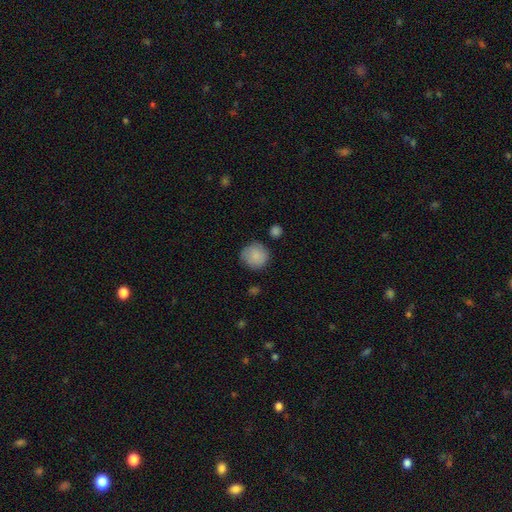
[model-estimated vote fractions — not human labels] Smooth or featured?
  - smooth: 84% *
  - featured or disk: 9%
  - star or artifact: 7%
How rounded?
  - round: 90% *
  - in between: 9%
  - cigar-shaped: 1%
Merging?
  - none: 75% *
  - minor disturbance: 17%
  - major disturbance: 4%
  - merger: 3%